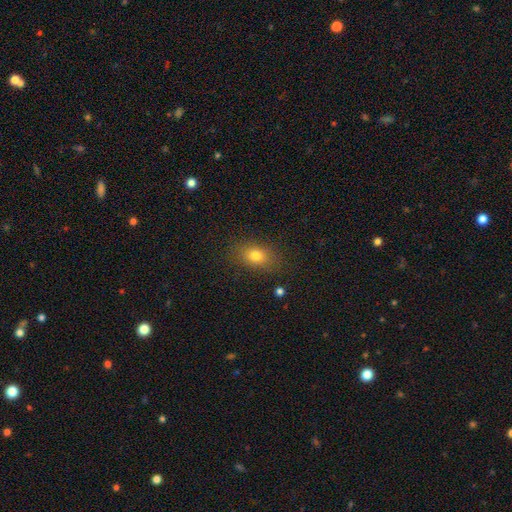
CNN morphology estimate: Smooth or featured? Predicted: smooth (p=0.77). How rounded? Predicted: in between (p=0.74). Merging? Predicted: none (p=0.85).